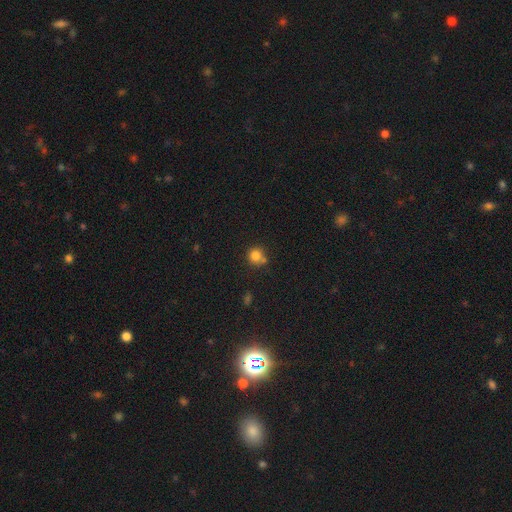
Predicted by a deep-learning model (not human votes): Smooth or featured? smooth (81%)
How rounded? round (90%)
Merging? none (62%)